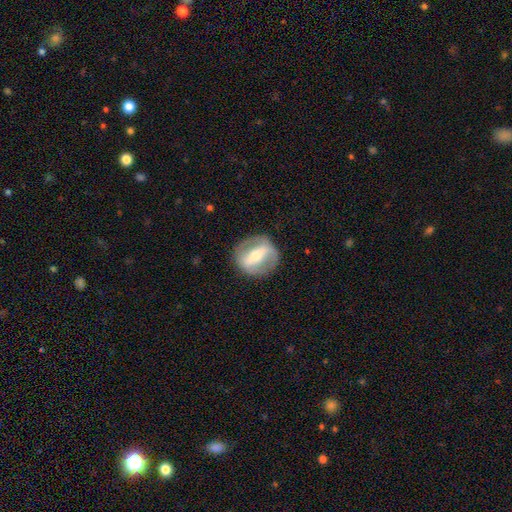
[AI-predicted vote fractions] Morphology: type=featured or disk (70%); edge-on=no (86%); bar=strong (71%); spiral arms=no (64%); bulge=moderate (55%); merging=none (82%).